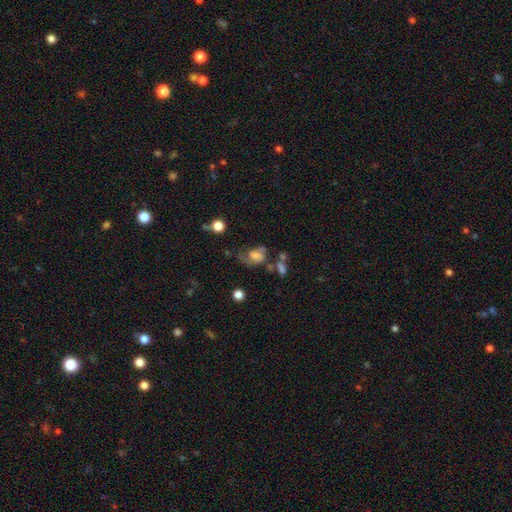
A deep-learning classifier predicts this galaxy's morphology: type=smooth (55%); roundness=in between (69%); merging=major disturbance (38%).